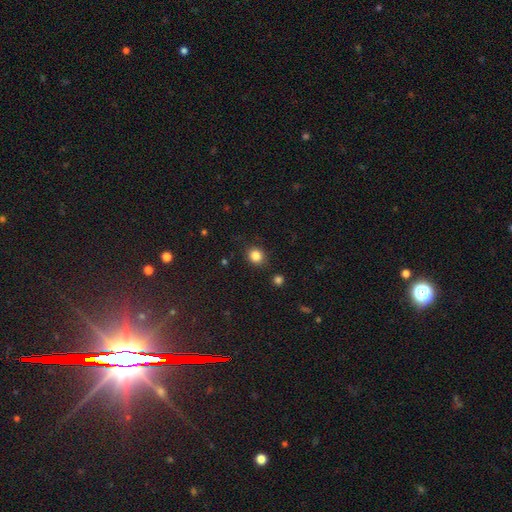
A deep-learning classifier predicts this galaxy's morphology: A smooth galaxy with no disk features (84%) that is round (75%).

Vote fractions:
- Smooth or featured? smooth: 84% / star or artifact: 11% / featured or disk: 5%
- How rounded? round: 75% / in between: 24% / cigar-shaped: 1%
- Merging? none: 86% / minor disturbance: 9% / major disturbance: 3% / merger: 2%